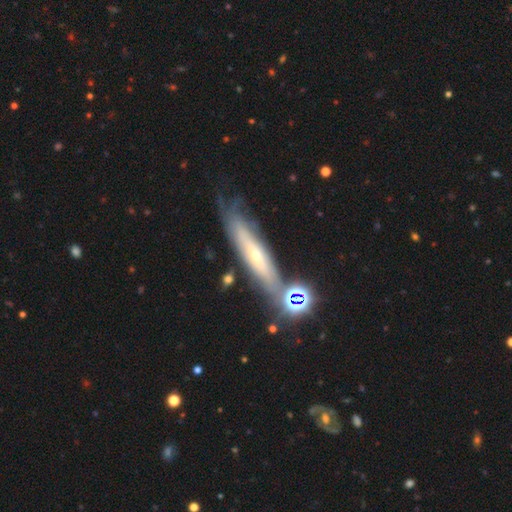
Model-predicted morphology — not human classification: The model was most divided on "edge-on disk": yes: 54%, no: 46%. More confident: merging — none (66%); smooth or featured — featured or disk (63%).